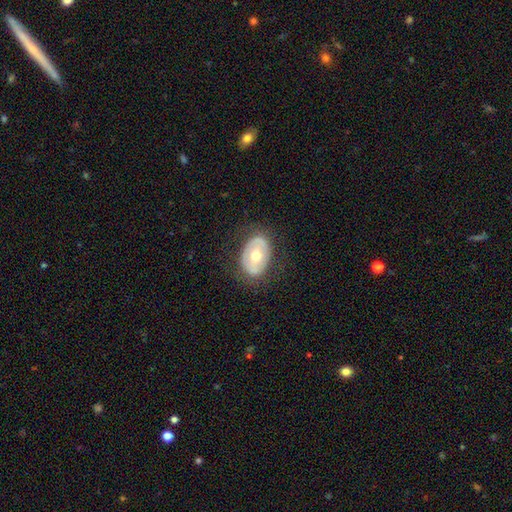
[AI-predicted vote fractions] Morphology: type=featured or disk (49%); merging=none (77%).